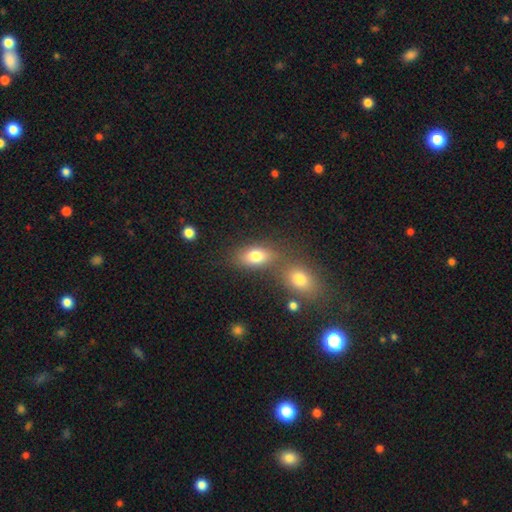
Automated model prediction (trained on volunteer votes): Smooth or featured? smooth (78%)
How rounded? in between (82%)
Merging? none (58%)